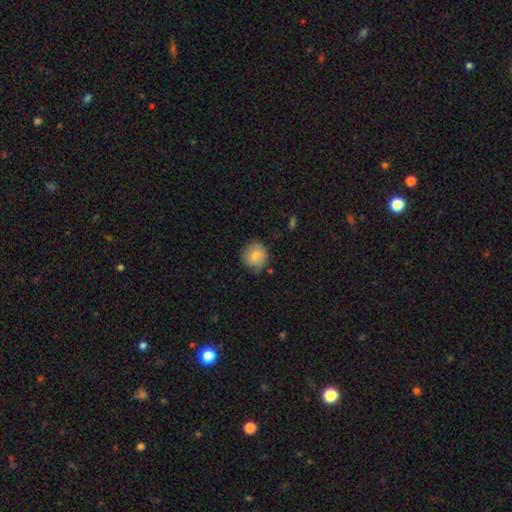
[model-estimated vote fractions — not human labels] Overall: smooth (79%). How rounded: round (92%). Merging: none (74%).